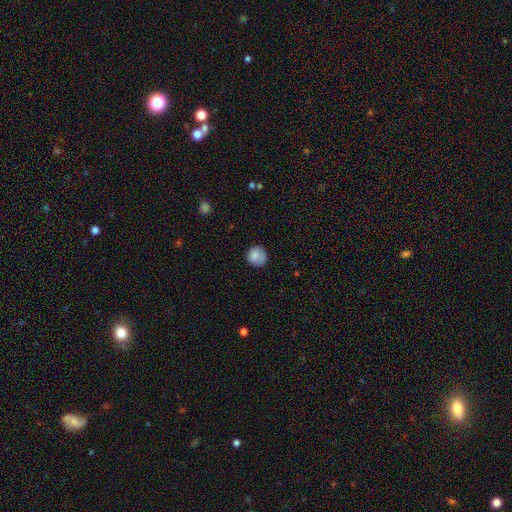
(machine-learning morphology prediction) Overall: smooth (83%). How rounded: round (88%). Merging: none (77%).